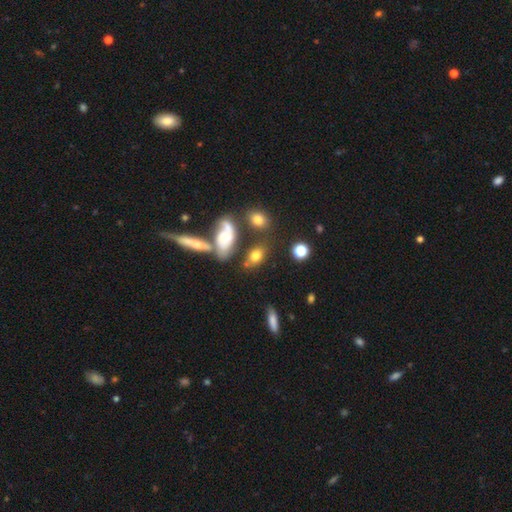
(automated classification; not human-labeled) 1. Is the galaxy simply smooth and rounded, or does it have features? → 70% smooth, 19% featured or disk, 11% star or artifact.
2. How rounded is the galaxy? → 77% in between, 19% round, 5% cigar-shaped.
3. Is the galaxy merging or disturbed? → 59% none, 18% merger, 16% minor disturbance, 7% major disturbance.